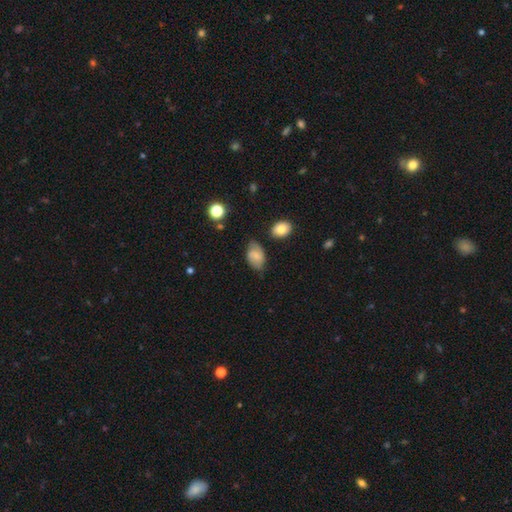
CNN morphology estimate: Smooth or featured? smooth (66%)
How rounded? in between (89%)
Merging? none (67%)